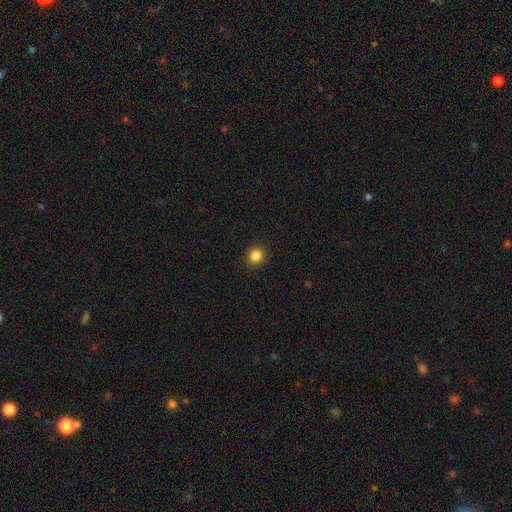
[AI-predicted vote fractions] smooth_or_featured: smooth (p=0.85) [alt: star or artifact p=0.11]
how_rounded: round (p=0.91) [alt: in between p=0.08]
merging: none (p=0.92) [alt: minor disturbance p=0.05]